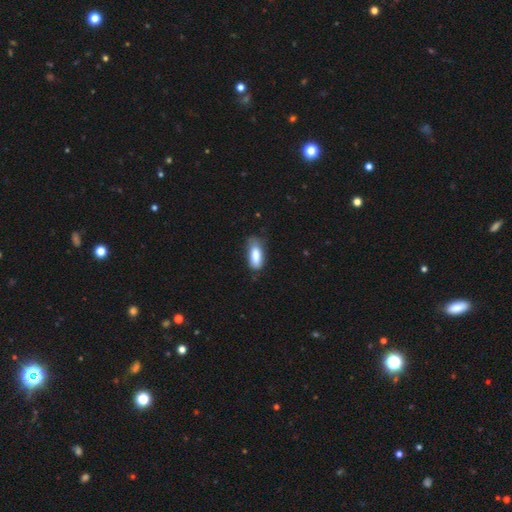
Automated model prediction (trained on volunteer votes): This is clearly a smooth galaxy (82%). How rounded: clearly in between (80%). Merging: possibly none (59%).